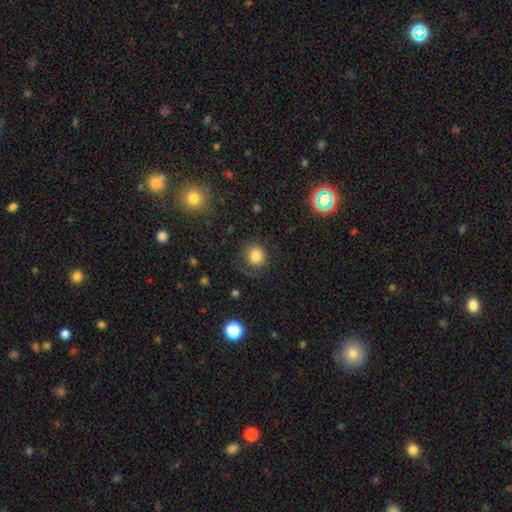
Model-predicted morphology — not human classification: Smooth or featured?
  - smooth: 80% *
  - star or artifact: 12%
  - featured or disk: 8%
How rounded?
  - round: 83% *
  - in between: 17%
  - cigar-shaped: 1%
Merging?
  - none: 73% *
  - minor disturbance: 16%
  - major disturbance: 10%
  - merger: 2%